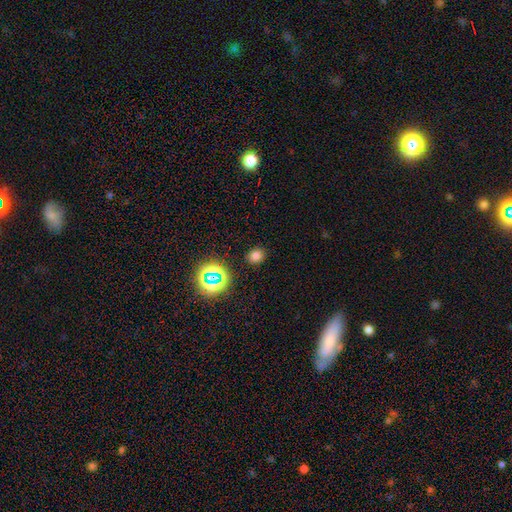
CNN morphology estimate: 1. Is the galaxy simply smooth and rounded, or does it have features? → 72% smooth, 22% star or artifact, 6% featured or disk.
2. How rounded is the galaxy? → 69% round, 30% in between, 1% cigar-shaped.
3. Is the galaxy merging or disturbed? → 88% none, 8% minor disturbance, 3% major disturbance, 1% merger.